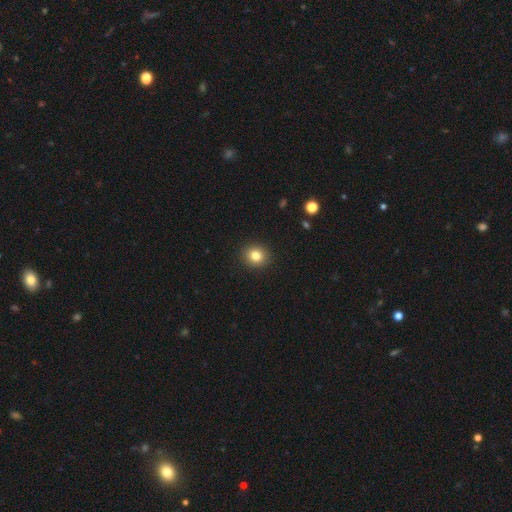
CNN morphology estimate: A smooth galaxy with no disk features (82%) that is round (83%).

Vote fractions:
- Smooth or featured? smooth: 82% / star or artifact: 11% / featured or disk: 7%
- How rounded? round: 83% / in between: 16% / cigar-shaped: 1%
- Merging? none: 92% / minor disturbance: 5% / major disturbance: 2% / merger: 1%